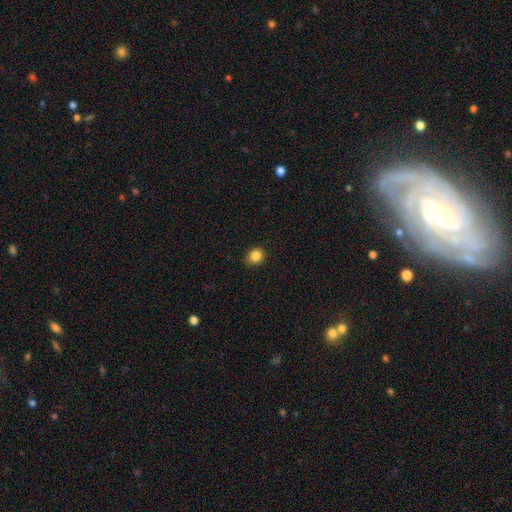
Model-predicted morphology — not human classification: smooth_or_featured: smooth (p=0.85) [alt: star or artifact p=0.11]
how_rounded: round (p=0.78) [alt: in between p=0.21]
merging: none (p=0.87) [alt: minor disturbance p=0.10]